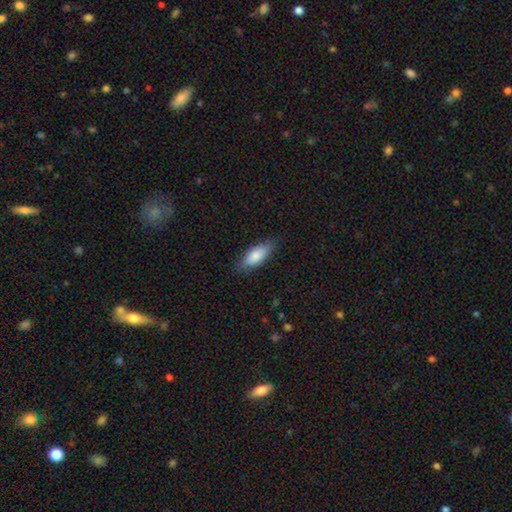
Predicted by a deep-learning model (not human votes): smooth-or-featured: smooth: 82% | featured or disk: 12% | star or artifact: 6%
  how-rounded: in between: 77% | cigar-shaped: 21% | round: 2%
  merging: none: 81% | minor disturbance: 15% | major disturbance: 3% | merger: 1%